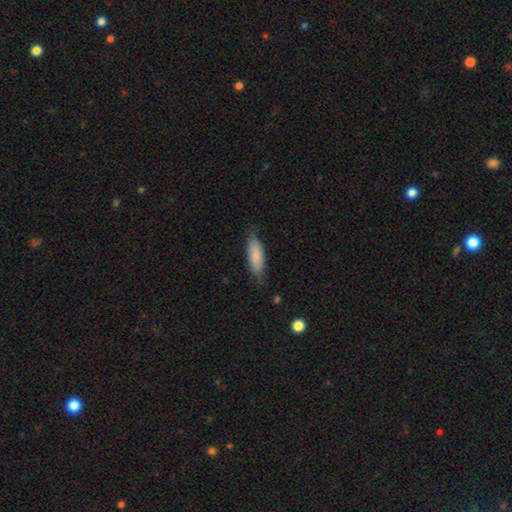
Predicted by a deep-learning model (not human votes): This appears to be a smooth galaxy with no disk features (82%) that is in between round and cigar-shaped (58%). Merging: none (76%).